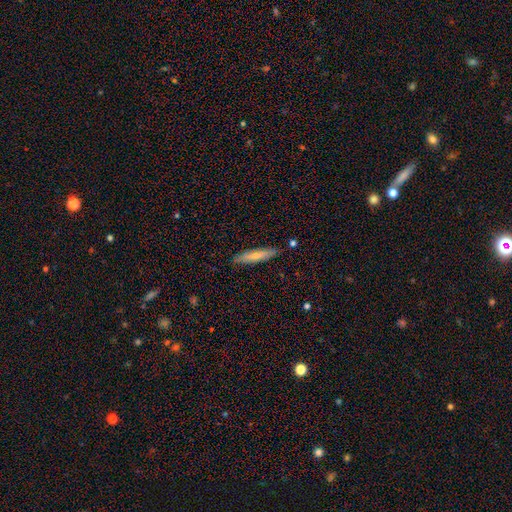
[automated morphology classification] A smooth galaxy with no disk features (62%) that is cigar-shaped (83%).

Vote fractions:
- Smooth or featured? smooth: 62% / featured or disk: 32% / star or artifact: 6%
- How rounded? cigar-shaped: 83% / in between: 15% / round: 2%
- Merging? none: 85% / minor disturbance: 11% / major disturbance: 2% / merger: 2%